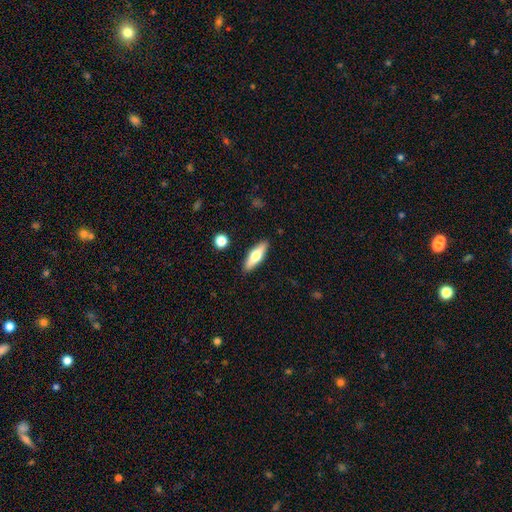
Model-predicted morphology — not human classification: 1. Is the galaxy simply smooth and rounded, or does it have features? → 60% smooth, 34% featured or disk, 6% star or artifact.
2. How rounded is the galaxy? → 52% in between, 45% cigar-shaped, 3% round.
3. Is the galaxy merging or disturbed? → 88% none, 8% minor disturbance, 2% major disturbance, 2% merger.